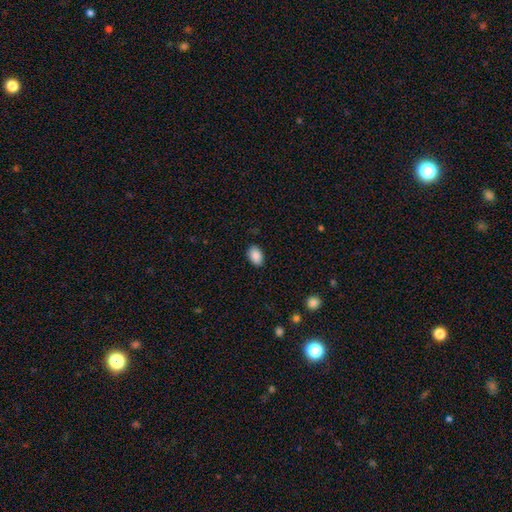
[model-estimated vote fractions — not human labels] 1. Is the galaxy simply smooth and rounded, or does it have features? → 89% smooth, 8% star or artifact, 3% featured or disk.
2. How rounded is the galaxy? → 84% in between, 14% round, 1% cigar-shaped.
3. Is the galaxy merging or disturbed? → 87% none, 10% minor disturbance, 2% major disturbance, 1% merger.